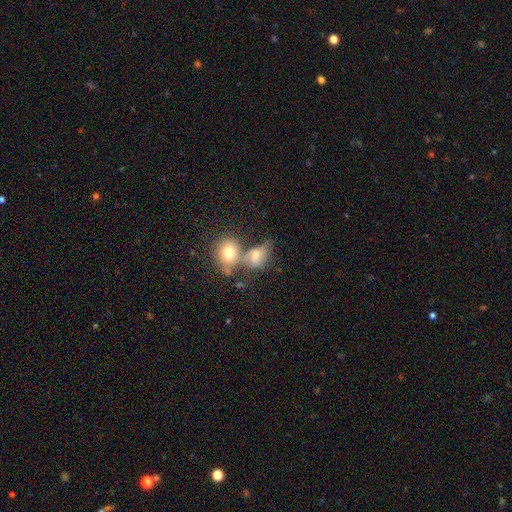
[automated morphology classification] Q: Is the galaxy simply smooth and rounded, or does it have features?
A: smooth — 66%.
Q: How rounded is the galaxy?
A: in between — 61%.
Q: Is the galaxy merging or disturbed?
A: merger — 47%.